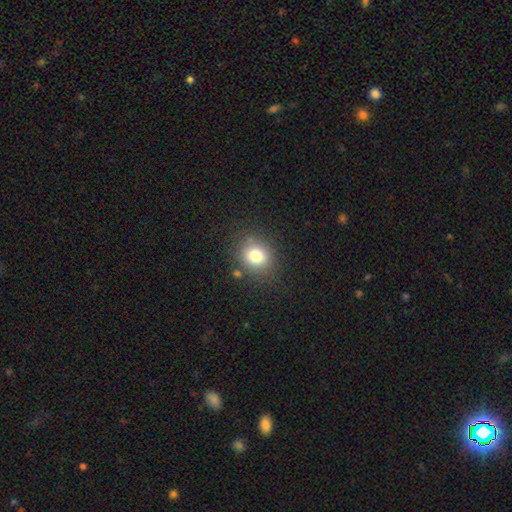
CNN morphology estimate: The model was most divided on "how rounded": round: 70%, in between: 29%, cigar-shaped: 1%. More confident: merging — none (81%); smooth or featured — smooth (79%).